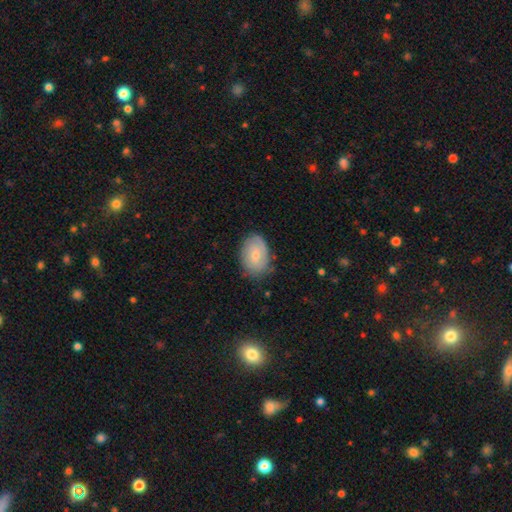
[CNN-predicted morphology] type=smooth (50%); merging=none (74%).